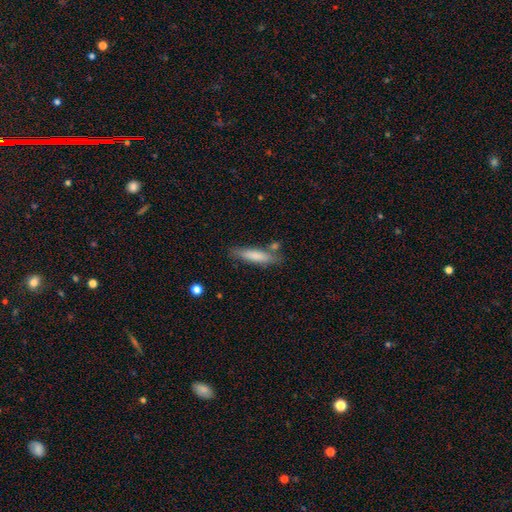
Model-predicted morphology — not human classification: Q: Smooth or featured?
A: smooth (77%); runner-up: featured or disk (17%)
Q: How rounded?
A: cigar-shaped (80%); runner-up: in between (19%)
Q: Merging?
A: none (73%); runner-up: minor disturbance (16%)